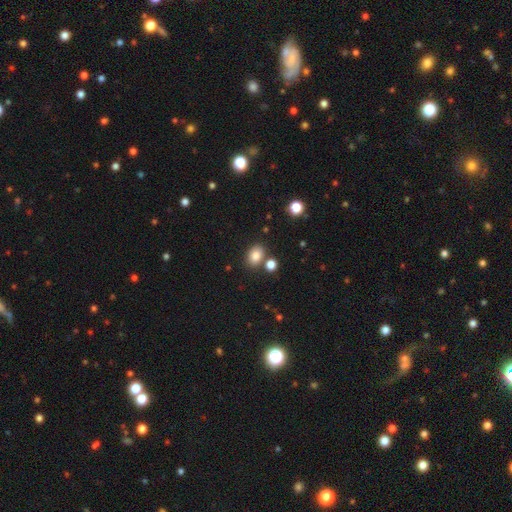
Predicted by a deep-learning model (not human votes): This appears to be a smooth galaxy with no disk features (83%) that is in between round and cigar-shaped (70%). Merging: none (74%).